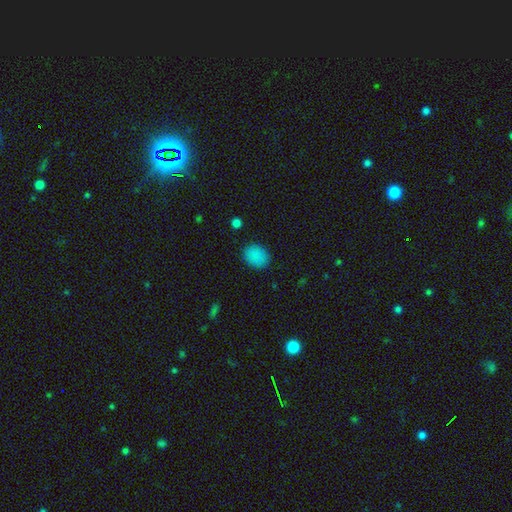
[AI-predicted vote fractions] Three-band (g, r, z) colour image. It shows a smooth galaxy with no disk features (86%) that is in between round and cigar-shaped (50%). Merging: none (87%).